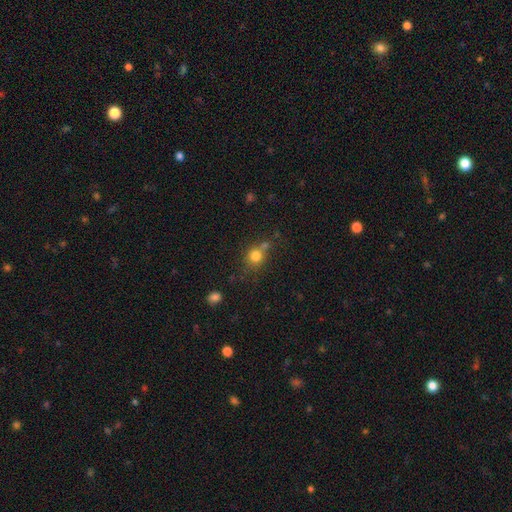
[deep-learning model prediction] Overall: smooth (79%). How rounded: round (83%). Merging: none (57%; merger 22%).